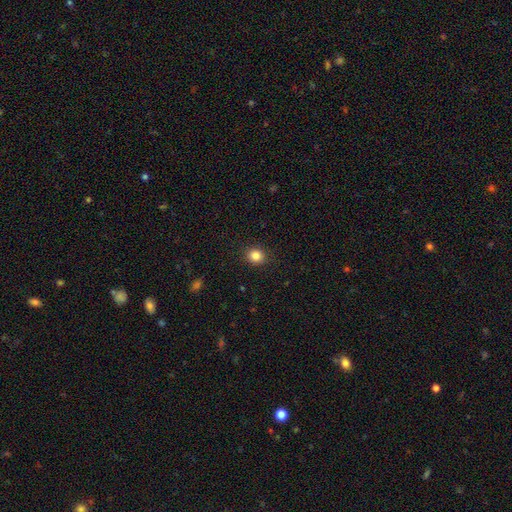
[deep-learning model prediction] This appears to be a smooth galaxy with no disk features (84%) that is round (76%). Merging: none (90%).